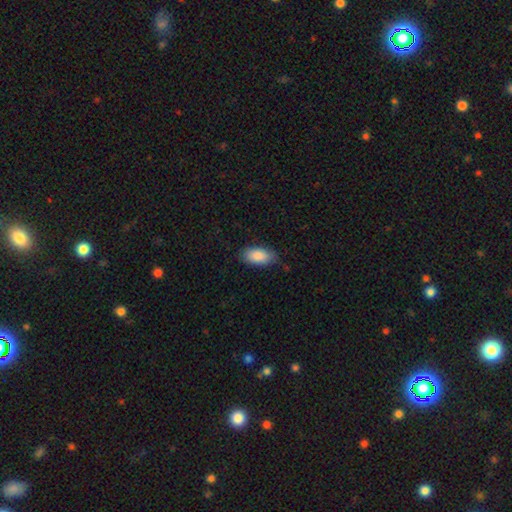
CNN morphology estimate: This appears to be a smooth galaxy with no disk features (88%) that is in between round and cigar-shaped (92%). Merging: none (81%).